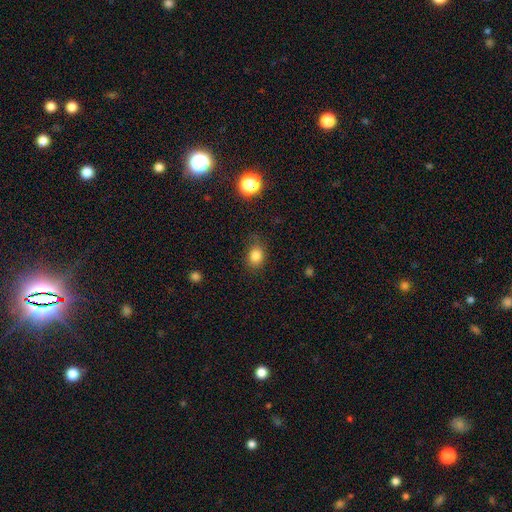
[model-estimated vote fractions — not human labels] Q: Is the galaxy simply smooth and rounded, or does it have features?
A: smooth — 83%.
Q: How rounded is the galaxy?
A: in between — 51%.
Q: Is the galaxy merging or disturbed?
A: none — 74%.